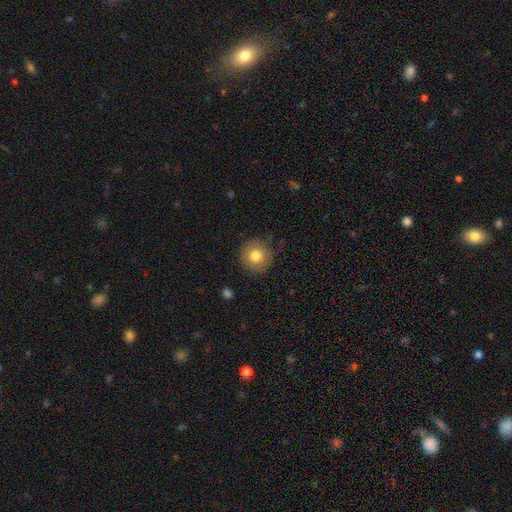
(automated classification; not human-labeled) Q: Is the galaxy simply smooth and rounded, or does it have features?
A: smooth — 81%.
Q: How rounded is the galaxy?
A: round — 94%.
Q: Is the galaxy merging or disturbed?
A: none — 84%.